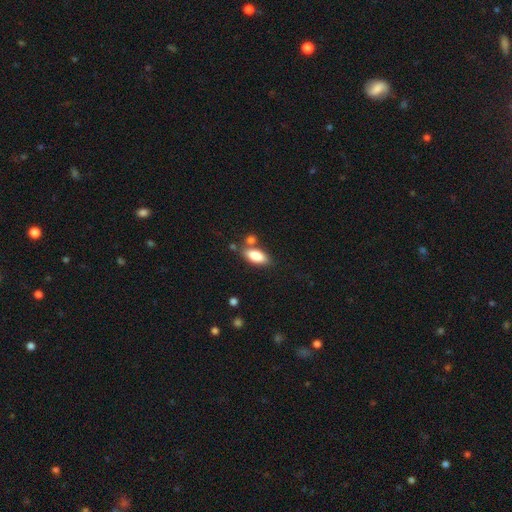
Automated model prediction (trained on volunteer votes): Q: Smooth or featured?
A: smooth (84%); runner-up: featured or disk (9%)
Q: How rounded?
A: in between (86%); runner-up: cigar-shaped (11%)
Q: Merging?
A: none (65%); runner-up: merger (17%)